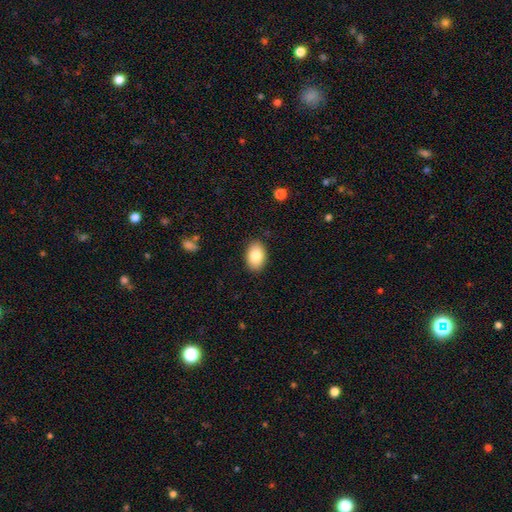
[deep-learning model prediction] A smooth galaxy with no disk features (84%) that is in between round and cigar-shaped (88%).

Vote fractions:
- Smooth or featured? smooth: 84% / featured or disk: 9% / star or artifact: 7%
- How rounded? in between: 88% / round: 11% / cigar-shaped: 1%
- Merging? none: 89% / minor disturbance: 9% / major disturbance: 2% / merger: 1%